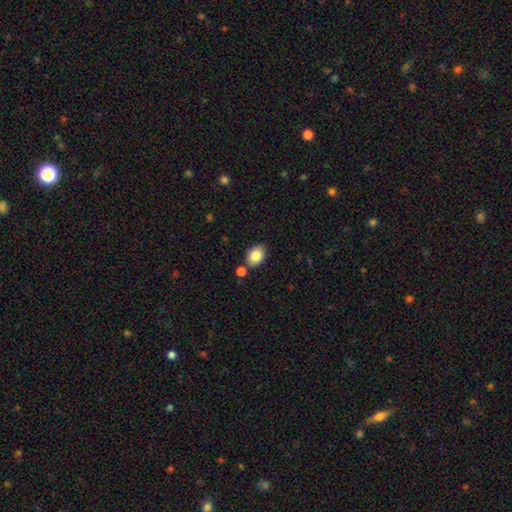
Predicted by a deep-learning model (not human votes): Overall: smooth (84%). How rounded: in between (73%). Merging: none (77%).